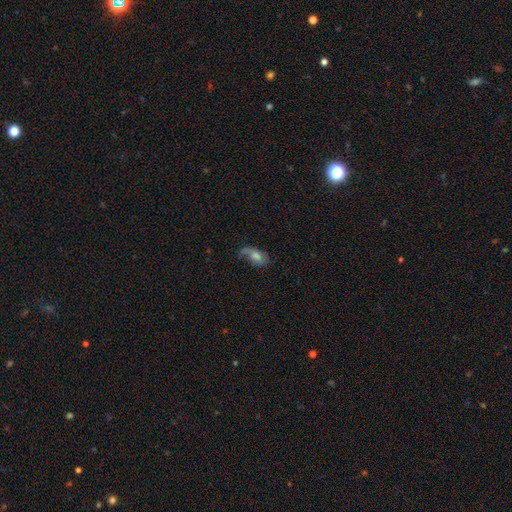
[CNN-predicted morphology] Smooth or featured: featured or disk — 45% (smooth — 44%)
Merging: none — 53% (minor disturbance — 28%)